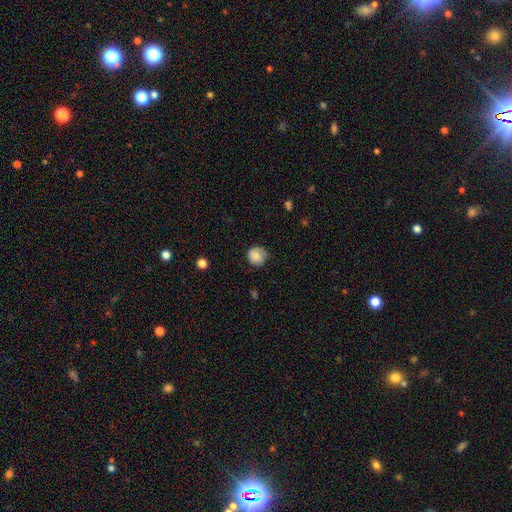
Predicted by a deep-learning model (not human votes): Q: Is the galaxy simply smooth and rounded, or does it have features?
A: smooth — 80%.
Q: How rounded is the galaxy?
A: round — 87%.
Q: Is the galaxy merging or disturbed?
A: none — 67%.